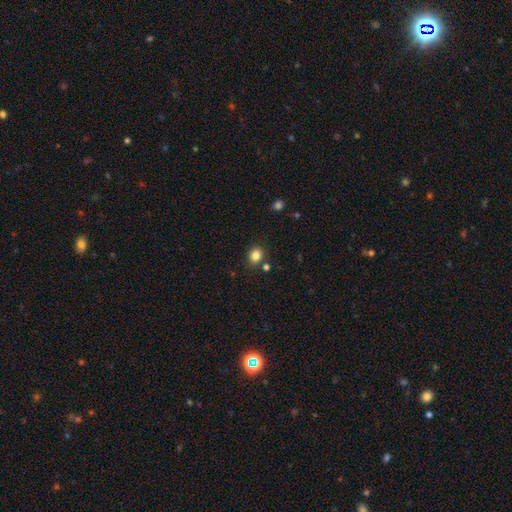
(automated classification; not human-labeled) smooth-or-featured: smooth: 83% | star or artifact: 12% | featured or disk: 5%
  how-rounded: round: 70% | in between: 29% | cigar-shaped: 1%
  merging: none: 83% | minor disturbance: 9% | merger: 5% | major disturbance: 3%